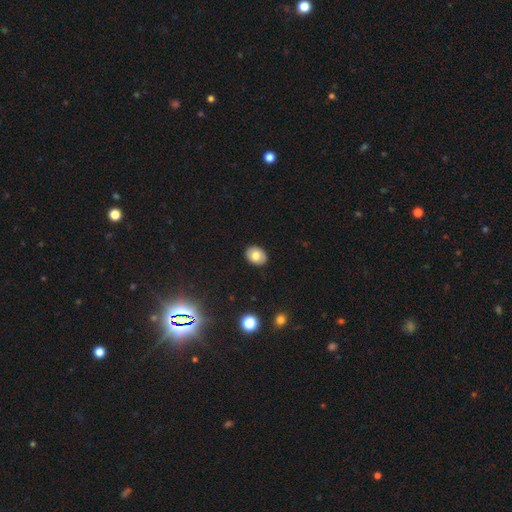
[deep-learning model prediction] smooth-or-featured: smooth: 75% | featured or disk: 16% | star or artifact: 9%
  how-rounded: in between: 67% | round: 32% | cigar-shaped: 1%
  merging: none: 89% | minor disturbance: 8% | major disturbance: 2% | merger: 1%